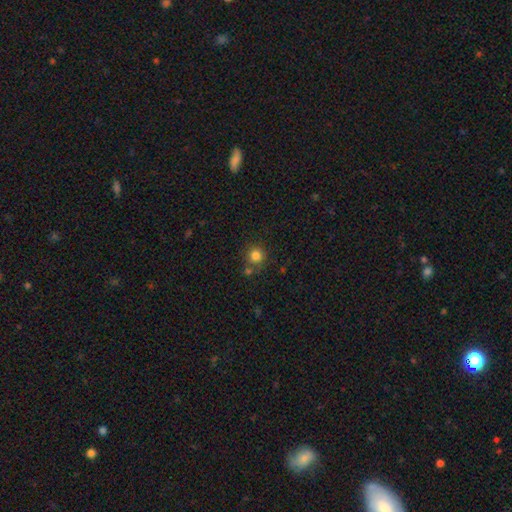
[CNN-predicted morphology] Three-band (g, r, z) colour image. It shows a smooth galaxy with no disk features (82%) that is round (94%). Merging: none (76%).